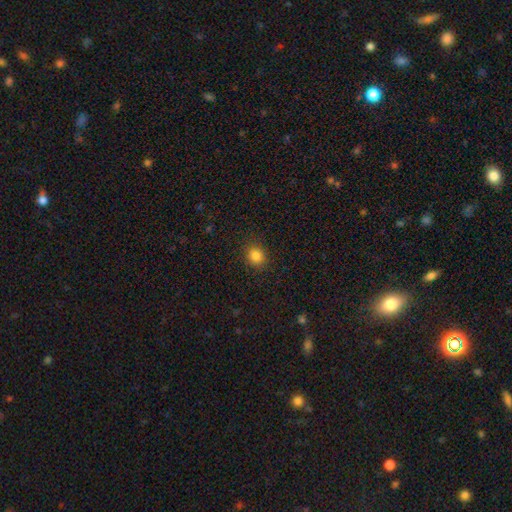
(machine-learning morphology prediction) Smooth or featured: smooth — 84% (star or artifact — 12%)
How rounded: round — 72% (in between — 27%)
Merging: none — 88% (minor disturbance — 8%)